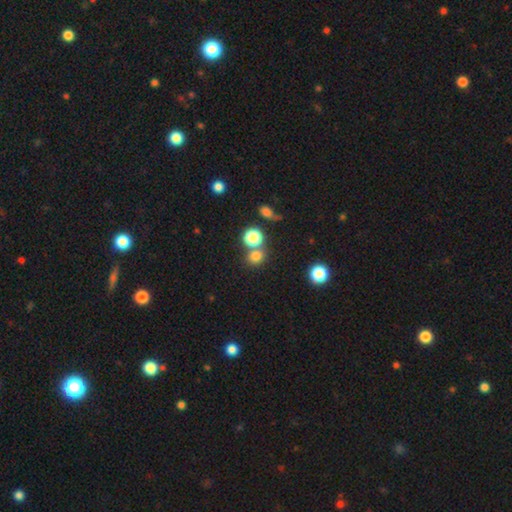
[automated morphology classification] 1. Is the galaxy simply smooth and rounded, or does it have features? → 76% smooth, 17% star or artifact, 7% featured or disk.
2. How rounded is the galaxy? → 80% round, 19% in between, 1% cigar-shaped.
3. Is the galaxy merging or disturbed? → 61% none, 27% merger, 8% minor disturbance, 4% major disturbance.